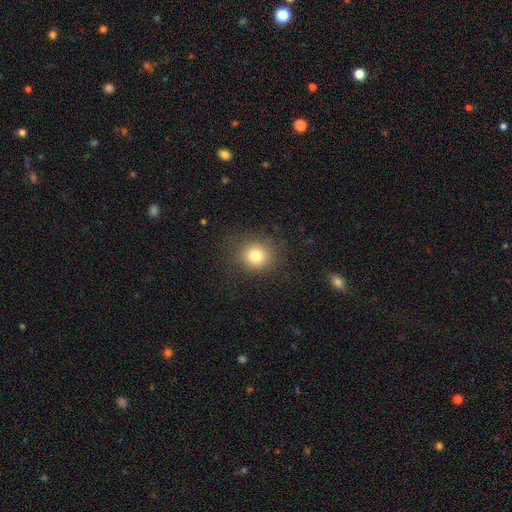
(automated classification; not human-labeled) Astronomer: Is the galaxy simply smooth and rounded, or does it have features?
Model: smooth — 79%.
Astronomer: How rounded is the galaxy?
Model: round — 85%.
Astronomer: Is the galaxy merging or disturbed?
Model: none — 85%.